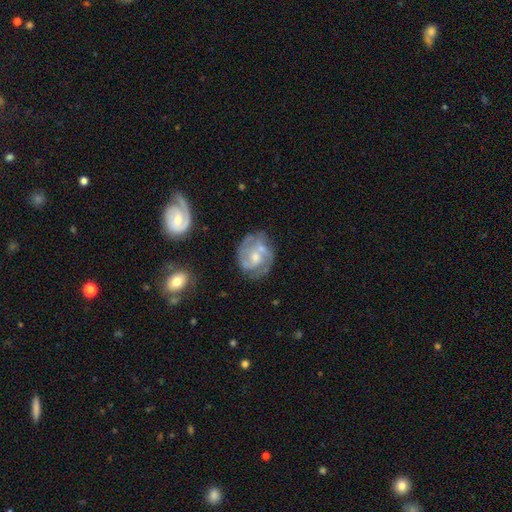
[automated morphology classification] Smooth or featured? featured or disk (77%)
Edge-on disk? no (98%)
Bar? no (56%)
Spiral arms? yes (85%)
Spiral winding? medium (47%)
Spiral arm count? 2 (52%)
Bulge size? moderate (51%)
Merging? none (56%)